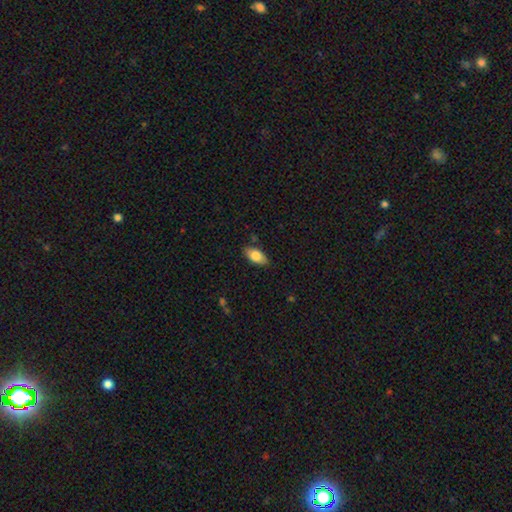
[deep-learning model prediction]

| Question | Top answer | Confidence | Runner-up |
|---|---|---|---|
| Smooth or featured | smooth | 82% | featured or disk (12%) |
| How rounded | in between | 92% | cigar-shaped (5%) |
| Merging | none | 84% | minor disturbance (12%) |